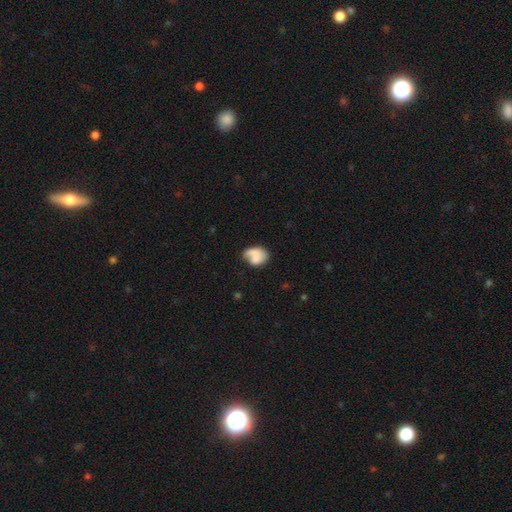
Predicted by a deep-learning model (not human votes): The model was most divided on "merging": none: 41%, minor disturbance: 28%, major disturbance: 19%, merger: 12%. More confident: how rounded — in between (67%); smooth or featured — smooth (65%).